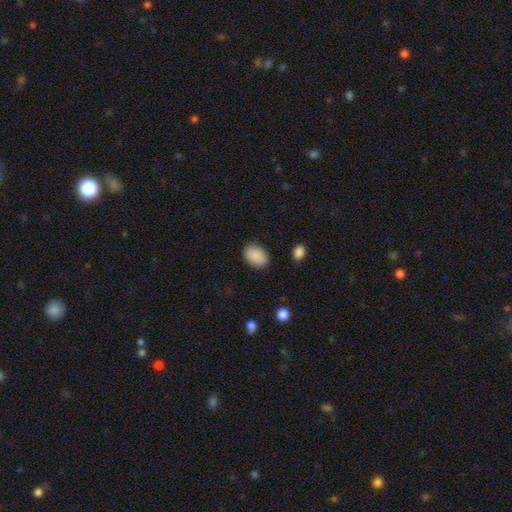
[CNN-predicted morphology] Smooth or featured: smooth — 90% (star or artifact — 7%)
How rounded: in between — 84% (round — 15%)
Merging: none — 87% (minor disturbance — 9%)